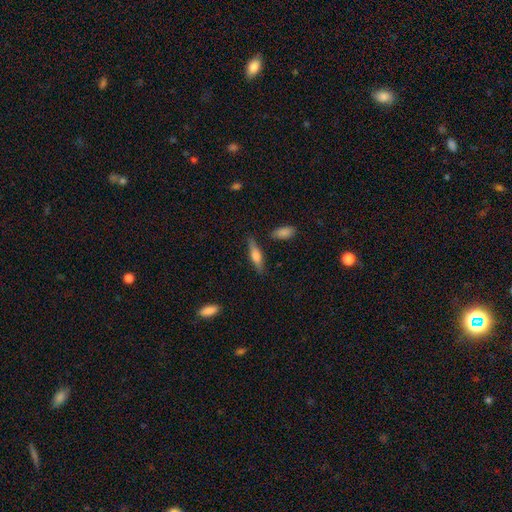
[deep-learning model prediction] Q: Smooth or featured?
A: smooth (51%); runner-up: featured or disk (42%)
Q: How rounded?
A: cigar-shaped (61%); runner-up: in between (36%)
Q: Merging?
A: none (81%); runner-up: minor disturbance (13%)